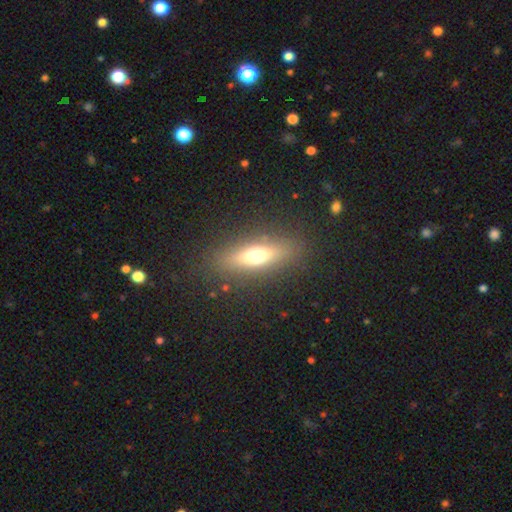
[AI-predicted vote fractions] smooth-or-featured: smooth: 55% | featured or disk: 33% | star or artifact: 12%
  how-rounded: in between: 53% | cigar-shaped: 40% | round: 7%
  merging: none: 85% | minor disturbance: 9% | major disturbance: 5% | merger: 1%